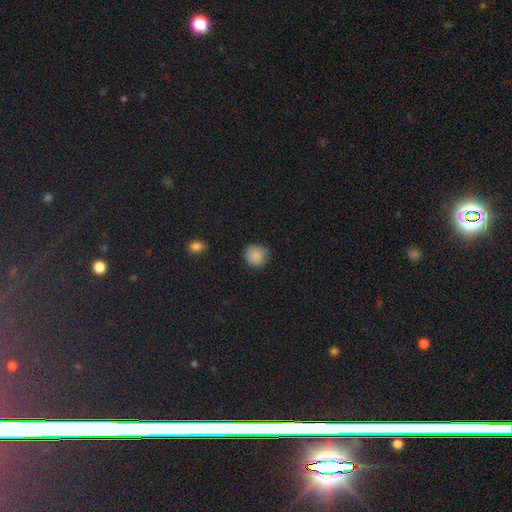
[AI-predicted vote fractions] Overall: smooth (85%). How rounded: round (87%). Merging: none (73%).